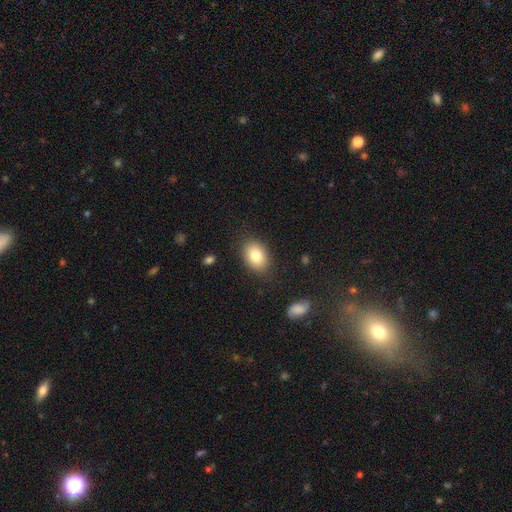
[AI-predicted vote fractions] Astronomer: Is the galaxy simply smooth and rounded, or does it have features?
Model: smooth — 81%.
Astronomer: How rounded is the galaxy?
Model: in between — 80%.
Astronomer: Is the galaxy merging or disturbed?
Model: none — 85%.